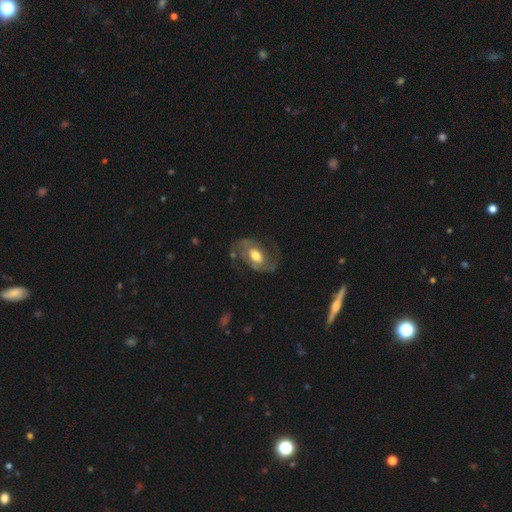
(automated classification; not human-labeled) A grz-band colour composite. It shows a featured or disk galaxy (78%) with no bar (51%), 2 (88%) medium (50%) spiral arms (89%) and a moderate central bulge (63%). Merging: none (65%).